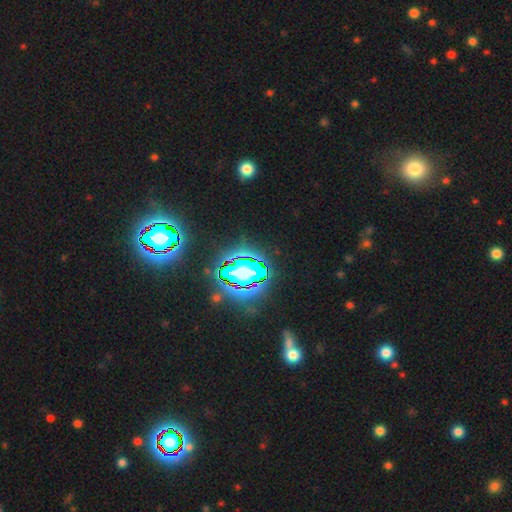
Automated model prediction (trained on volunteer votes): Smooth or featured? star or artifact (82%)